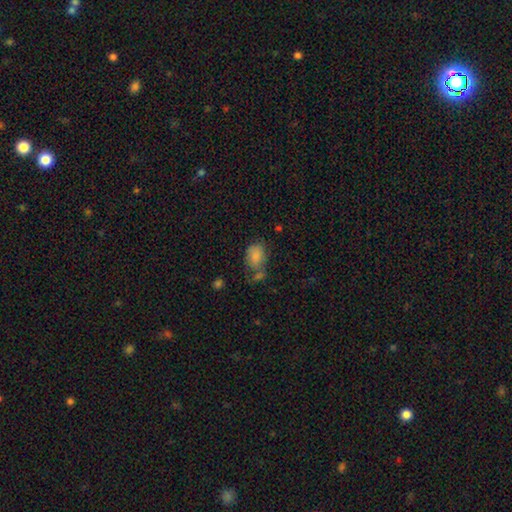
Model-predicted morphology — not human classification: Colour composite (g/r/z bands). It shows a smooth galaxy with no disk features (81%) that is in between round and cigar-shaped (76%). Merging: none (42%).